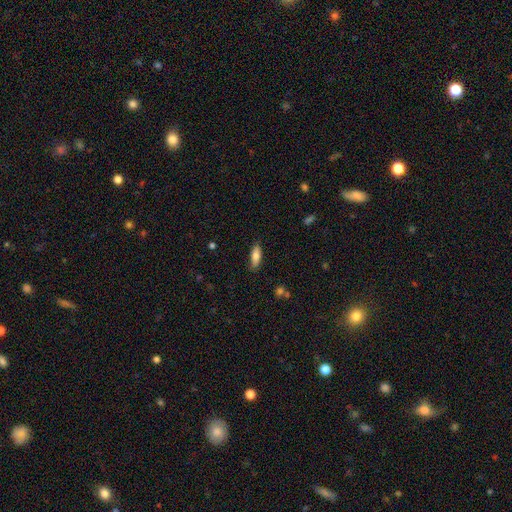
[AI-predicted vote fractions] This is likely a smooth galaxy (77%). How rounded: likely in between (61%). Merging: clearly none (84%).